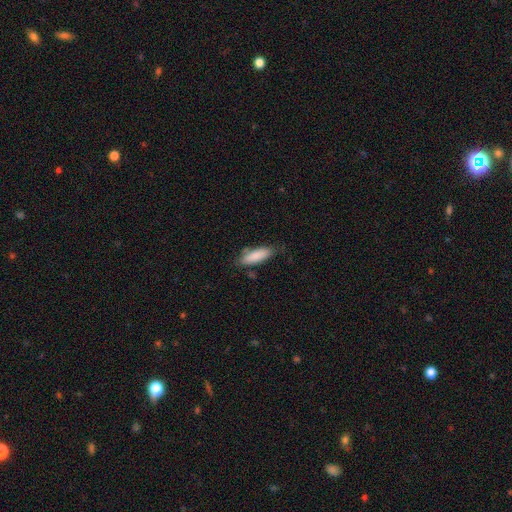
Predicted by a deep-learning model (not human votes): Smooth or featured? smooth (86%)
How rounded? in between (58%)
Merging? none (71%)